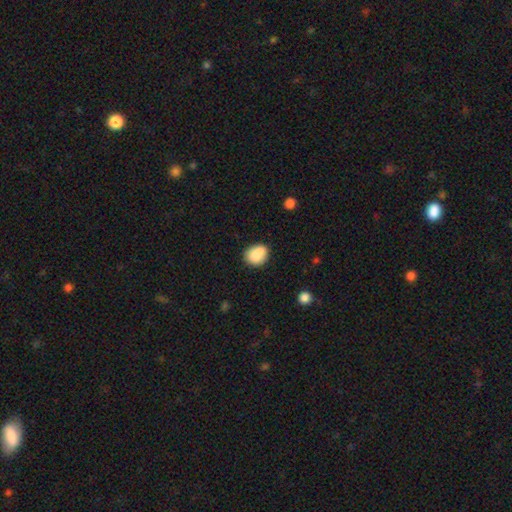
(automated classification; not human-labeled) Smooth or featured: smooth — 84% (star or artifact — 8%)
How rounded: round — 54% (in between — 45%)
Merging: none — 68% (minor disturbance — 19%)